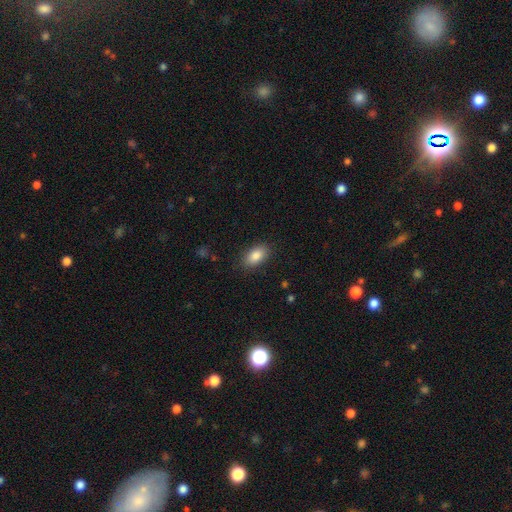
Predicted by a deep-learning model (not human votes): Morphology: type=smooth (87%); roundness=in between (92%); merging=none (86%).